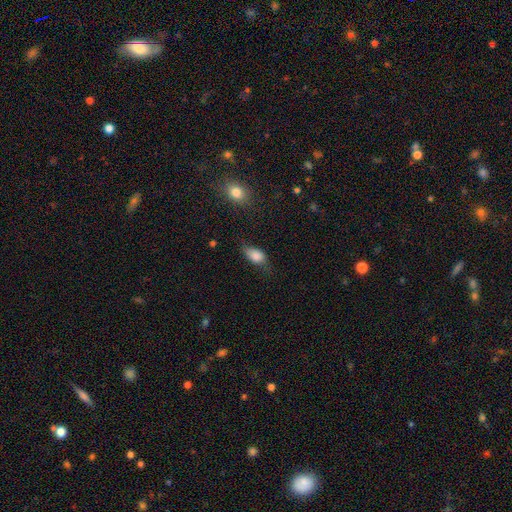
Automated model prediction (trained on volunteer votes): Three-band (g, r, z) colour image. It shows a smooth galaxy with no disk features (81%) that is in between round and cigar-shaped (87%). Merging: none (45%).